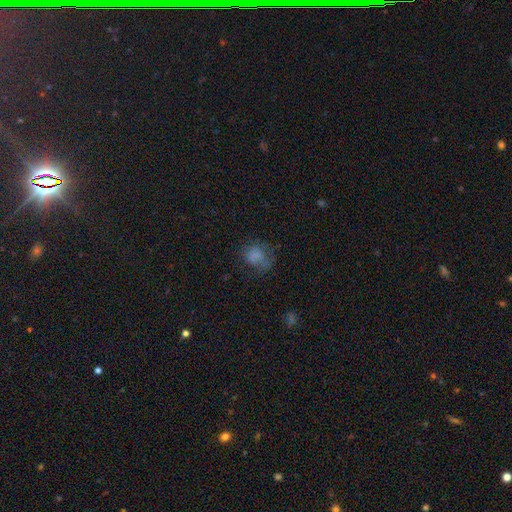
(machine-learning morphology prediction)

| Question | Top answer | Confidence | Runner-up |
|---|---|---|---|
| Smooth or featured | smooth | 70% | featured or disk (16%) |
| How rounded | round | 64% | in between (35%) |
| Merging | none | 49% | minor disturbance (25%) |